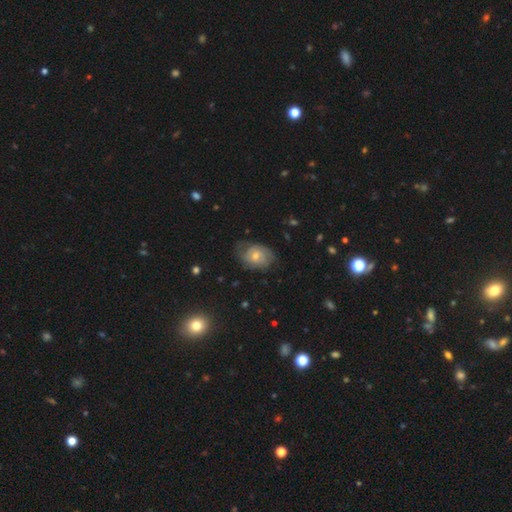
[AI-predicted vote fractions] Overall: featured or disk (56%; smooth 32%). Edge-on disk: no (96%). Bar: no (73%). Spiral arms: yes (80%). Bulge size: moderate (53%; small 42%). Merging: none (66%).